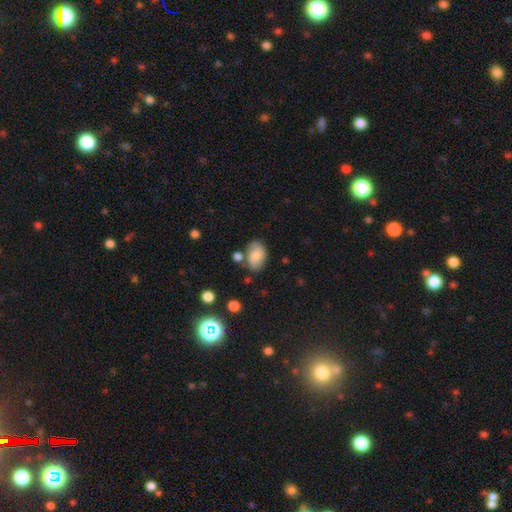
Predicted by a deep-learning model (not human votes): smooth_or_featured: smooth (p=0.74) [alt: featured or disk p=0.18]
how_rounded: in between (p=0.86) [alt: round p=0.13]
merging: none (p=0.66) [alt: minor disturbance p=0.19]